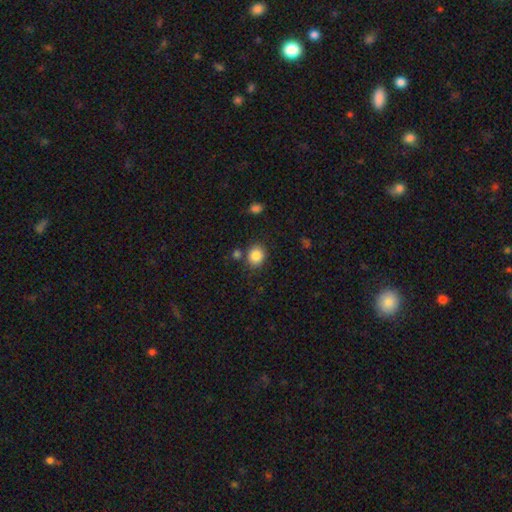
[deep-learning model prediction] Smooth or featured? Predicted: smooth (p=0.86). How rounded? Predicted: round (p=0.74). Merging? Predicted: none (p=0.78).